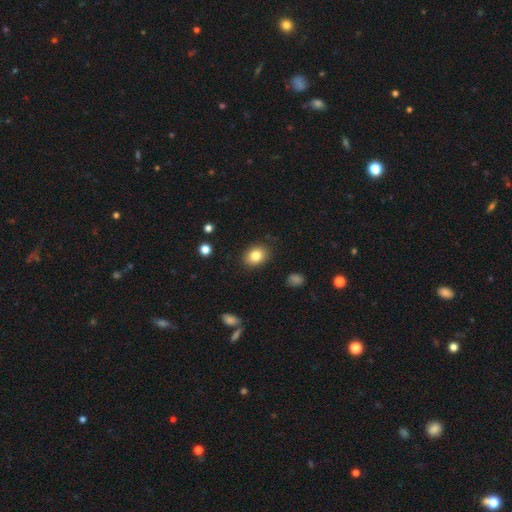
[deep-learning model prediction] This appears to be a smooth galaxy with no disk features (83%) that is in between round and cigar-shaped (60%). Merging: none (87%).